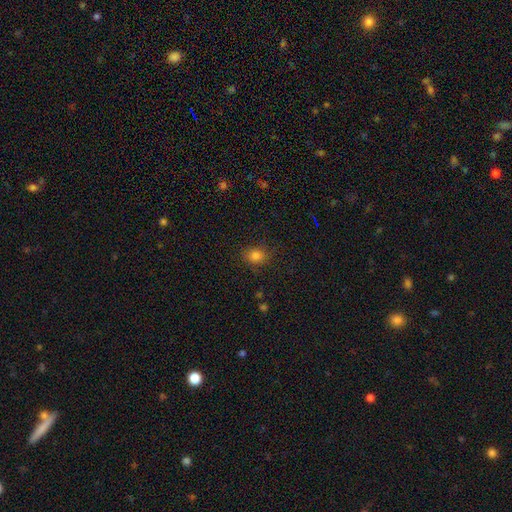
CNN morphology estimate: smooth 81%, star or artifact 13%, featured or disk 6%. Down the decision tree: how rounded — round (63%); merging — none (83%).